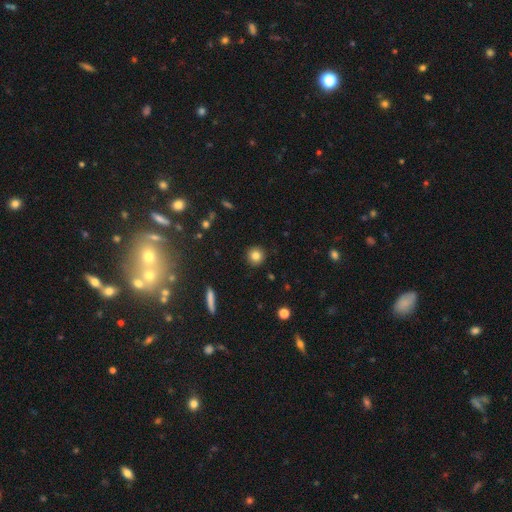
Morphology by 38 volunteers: smooth 84%, featured or disk 8%, star or artifact 8%. Down the decision tree: how rounded — round (94%); merging — none (97%).